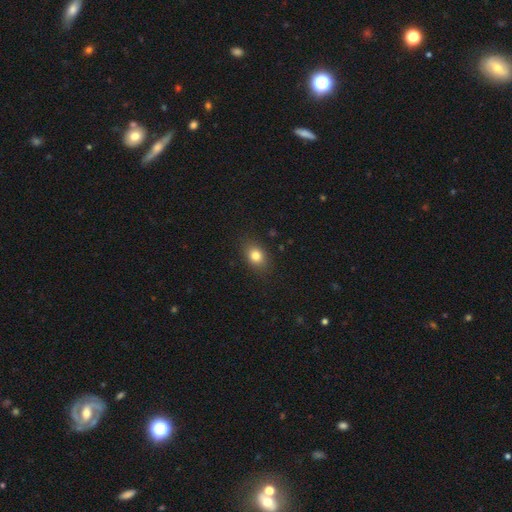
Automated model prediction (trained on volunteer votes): This appears to be a smooth galaxy with no disk features (82%) that is in between round and cigar-shaped (62%). Merging: none (86%).